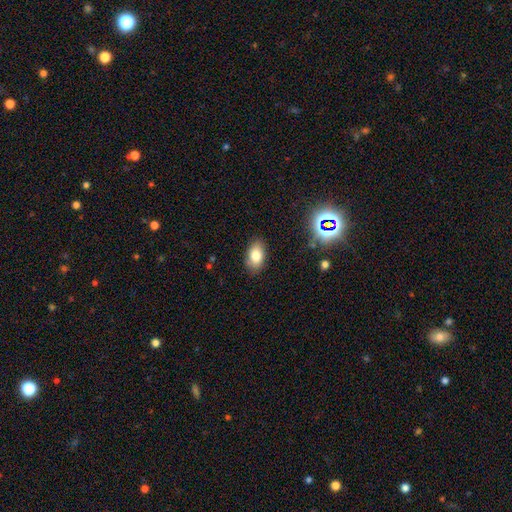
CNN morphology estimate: type=smooth (80%); roundness=in between (91%); merging=none (85%).